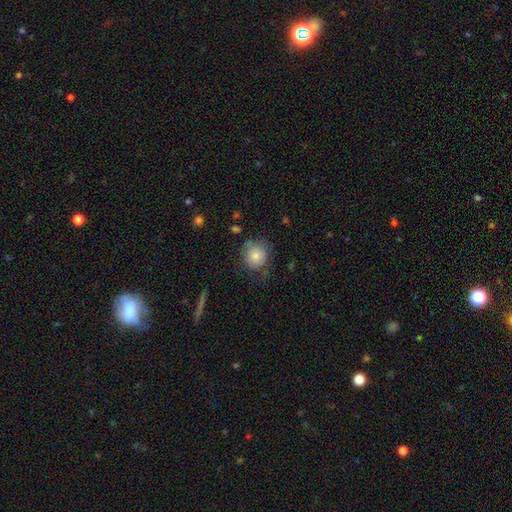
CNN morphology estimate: Smooth or featured? smooth (76%)
How rounded? round (85%)
Merging? none (62%)